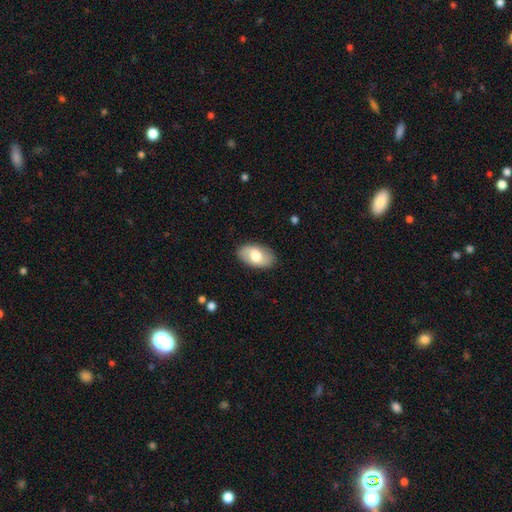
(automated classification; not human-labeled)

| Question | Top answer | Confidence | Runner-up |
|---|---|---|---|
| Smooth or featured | smooth | 65% | featured or disk (29%) |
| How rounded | in between | 94% | round (5%) |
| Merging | none | 86% | minor disturbance (11%) |